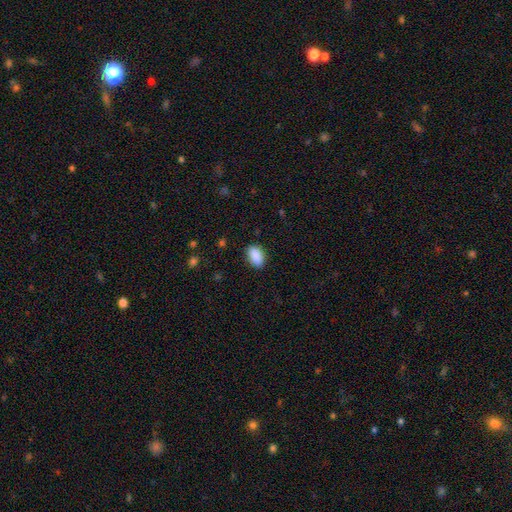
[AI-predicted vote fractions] This appears to be a smooth galaxy with no disk features (89%) that is in between round and cigar-shaped (91%). Merging: none (86%).